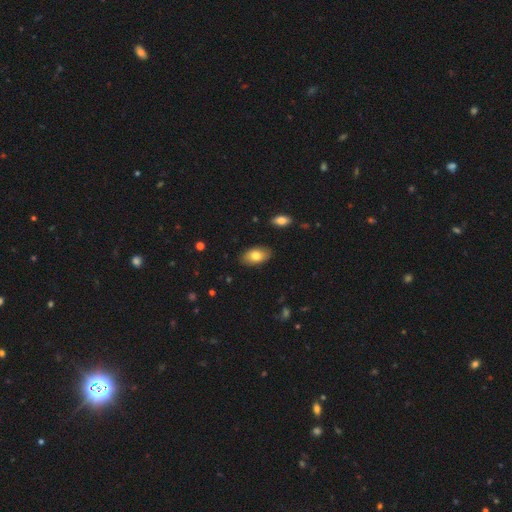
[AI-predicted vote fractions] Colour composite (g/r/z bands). It shows a smooth galaxy with no disk features (78%) that is in between round and cigar-shaped (93%). Merging: none (86%).